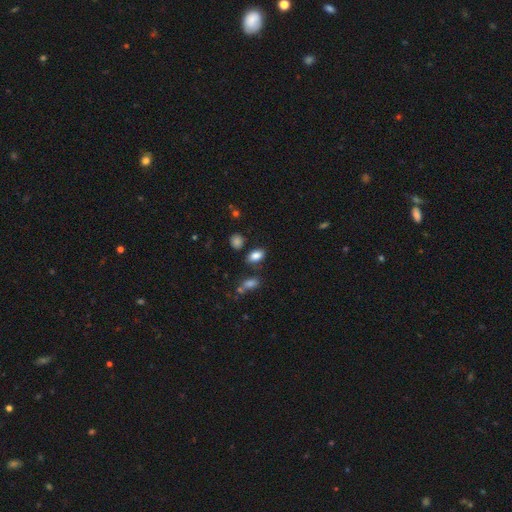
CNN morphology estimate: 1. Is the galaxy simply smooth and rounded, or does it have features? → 84% smooth, 10% star or artifact, 6% featured or disk.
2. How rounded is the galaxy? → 88% in between, 10% round, 2% cigar-shaped.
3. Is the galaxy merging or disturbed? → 77% none, 13% minor disturbance, 7% merger, 4% major disturbance.